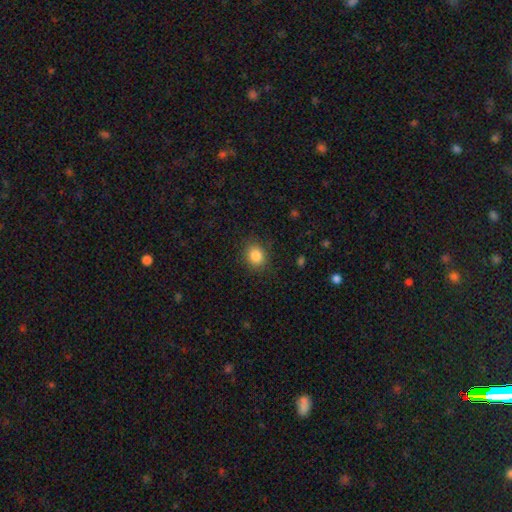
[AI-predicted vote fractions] This is clearly a smooth galaxy (85%). How rounded: likely round (61%). Merging: clearly none (85%).